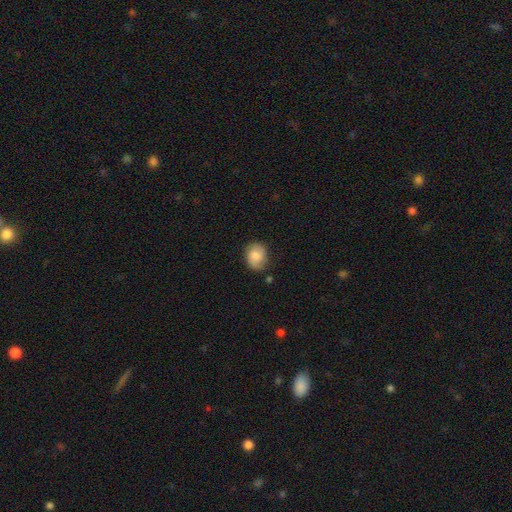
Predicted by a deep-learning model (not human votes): This appears to be a smooth galaxy with no disk features (68%) that is round (53%). Merging: none (69%).